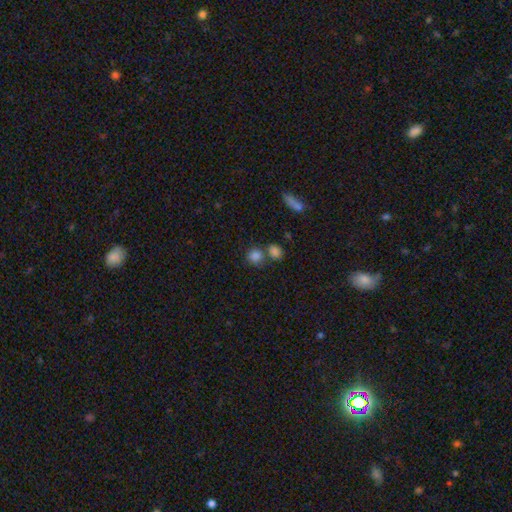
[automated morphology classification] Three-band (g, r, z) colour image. It shows a smooth galaxy with no disk features (82%) that is round (79%). Merging: none (53%).